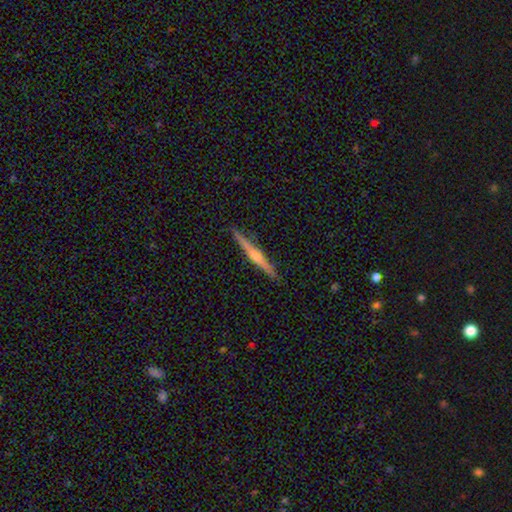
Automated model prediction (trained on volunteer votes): Smooth or featured?
  - featured or disk: 78% *
  - smooth: 16%
  - star or artifact: 6%
Edge-on disk?
  - yes: 98% *
  - no: 2%
Edge-on bulge?
  - rounded: 86% *
  - none: 9%
  - boxy: 5%
Merging?
  - none: 92% *
  - minor disturbance: 5%
  - major disturbance: 1%
  - merger: 1%